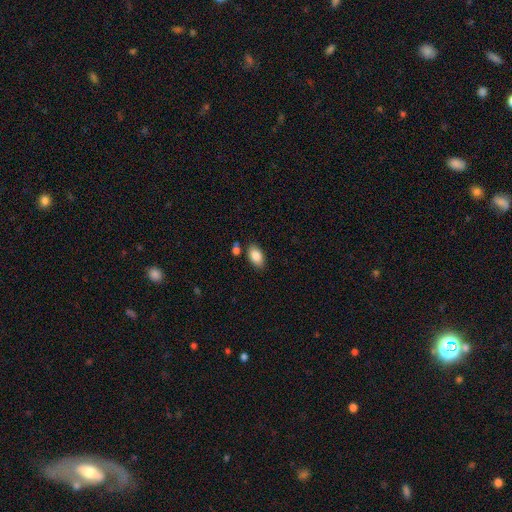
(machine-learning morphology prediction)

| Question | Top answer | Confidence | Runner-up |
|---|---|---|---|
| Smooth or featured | smooth | 87% | star or artifact (7%) |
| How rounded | in between | 93% | round (5%) |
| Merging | none | 79% | minor disturbance (12%) |